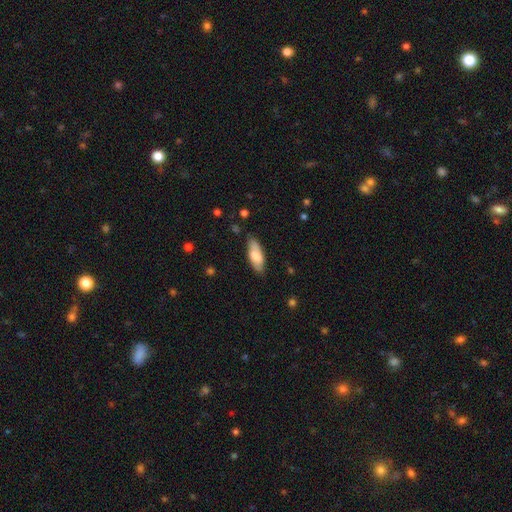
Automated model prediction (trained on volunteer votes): Q: Smooth or featured?
A: smooth (72%); runner-up: featured or disk (22%)
Q: How rounded?
A: in between (73%); runner-up: cigar-shaped (25%)
Q: Merging?
A: none (80%); runner-up: minor disturbance (16%)